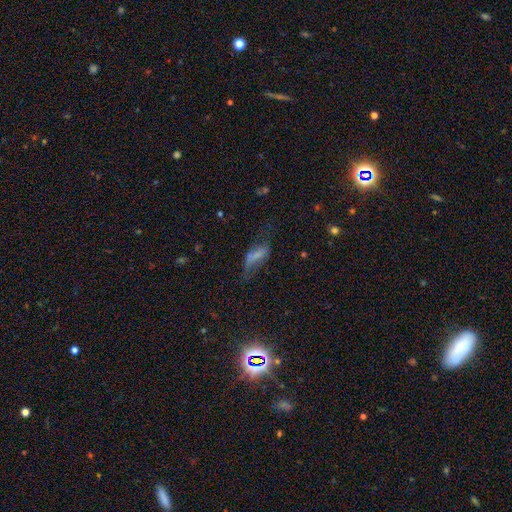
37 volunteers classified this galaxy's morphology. Volunteers were most divided on "merging": major disturbance: 53%, minor disturbance: 21%, none: 18%, merger: 9%. More confident: how rounded — in between (78%); smooth or featured — smooth (62%).